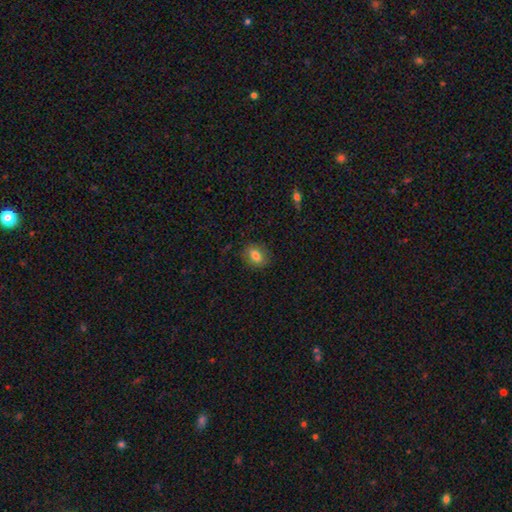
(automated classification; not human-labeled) This is likely a smooth galaxy (79%). How rounded: likely in between (60%). Merging: clearly none (84%).